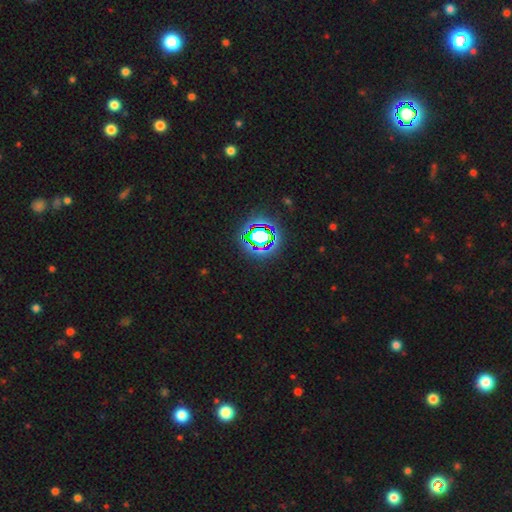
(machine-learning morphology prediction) Smooth or featured? star or artifact (78%)